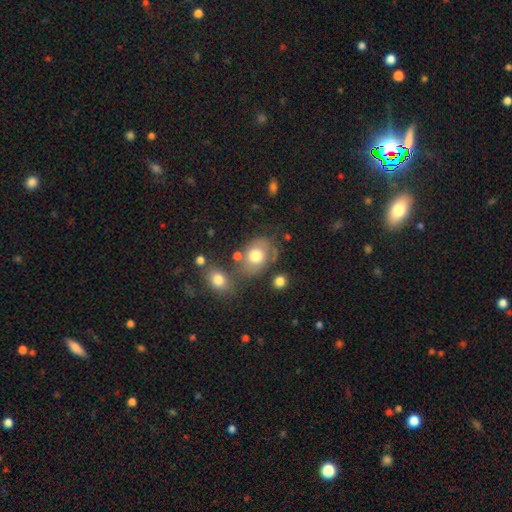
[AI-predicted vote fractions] A smooth galaxy with no disk features (70%) that is in between round and cigar-shaped (63%).

Vote fractions:
- Smooth or featured? smooth: 70% / featured or disk: 21% / star or artifact: 10%
- How rounded? in between: 63% / round: 36% / cigar-shaped: 1%
- Merging? none: 56% / minor disturbance: 20% / merger: 15% / major disturbance: 9%